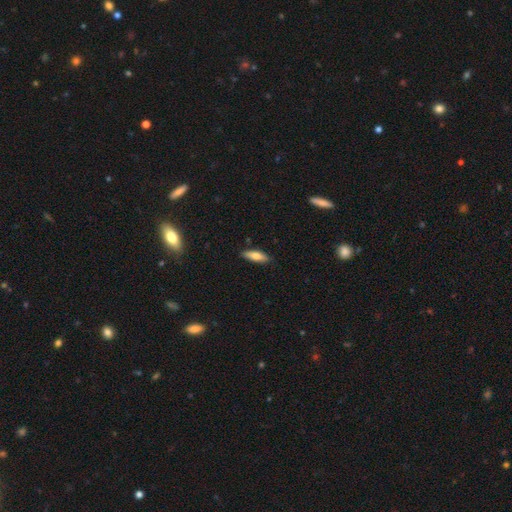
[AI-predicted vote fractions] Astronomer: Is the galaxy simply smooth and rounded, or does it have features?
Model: smooth — 75%.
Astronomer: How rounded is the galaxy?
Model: in between — 58% (runner-up: cigar-shaped, 40%).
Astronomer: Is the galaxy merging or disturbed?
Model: none — 86%.